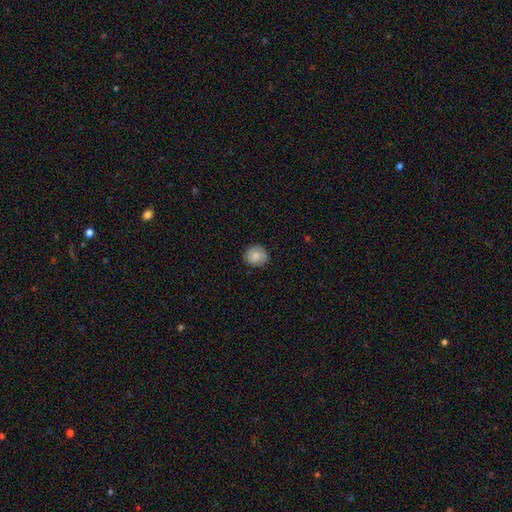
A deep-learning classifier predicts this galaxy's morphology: smooth_or_featured: smooth (p=0.78) [alt: featured or disk p=0.14]
how_rounded: round (p=0.83) [alt: in between p=0.16]
merging: none (p=0.81) [alt: minor disturbance p=0.15]